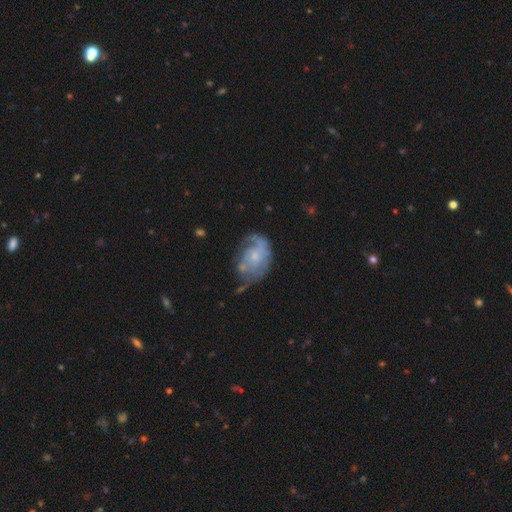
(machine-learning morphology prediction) Q: Smooth or featured?
A: featured or disk (69%); runner-up: smooth (25%)
Q: Edge-on disk?
A: no (97%); runner-up: yes (3%)
Q: Bar?
A: no (78%); runner-up: weak (19%)
Q: Spiral arms?
A: yes (74%); runner-up: no (26%)
Q: Bulge size?
A: small (57%); runner-up: moderate (28%)
Q: Merging?
A: none (44%); runner-up: minor disturbance (28%)